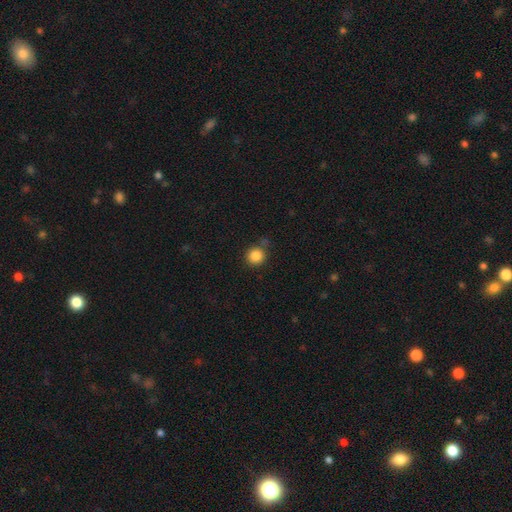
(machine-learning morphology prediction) Smooth or featured: smooth — 86% (star or artifact — 10%)
How rounded: round — 93% (in between — 6%)
Merging: none — 81% (minor disturbance — 10%)